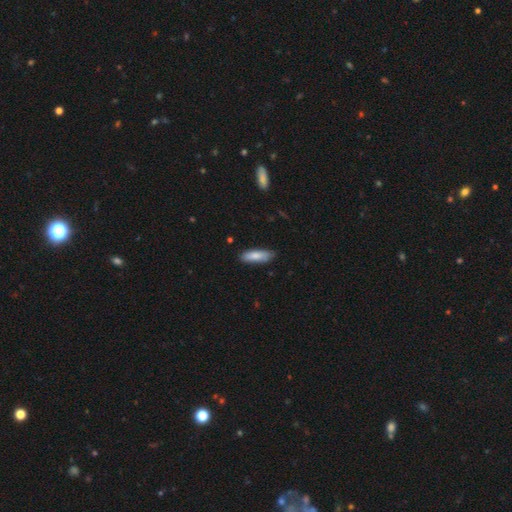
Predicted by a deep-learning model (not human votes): This appears to be a smooth galaxy with no disk features (81%) that is in between round and cigar-shaped (55%). Merging: none (80%).